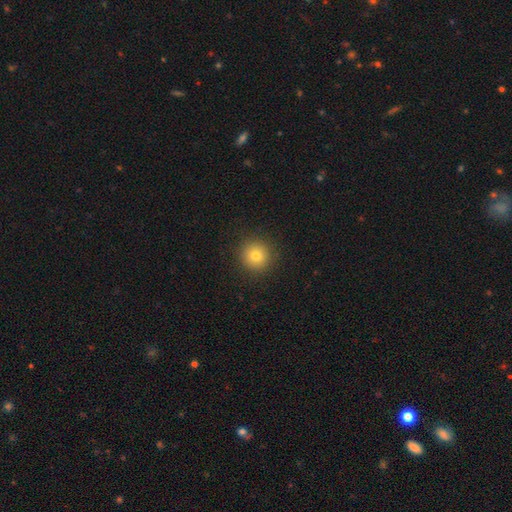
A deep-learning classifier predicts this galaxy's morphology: This is likely a smooth galaxy (78%). How rounded: clearly round (94%). Merging: clearly none (91%).